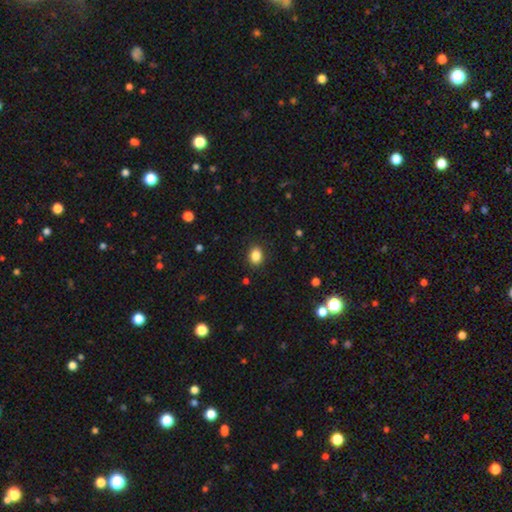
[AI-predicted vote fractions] smooth 86%, star or artifact 10%, featured or disk 4%. Down the decision tree: how rounded — in between (51%); merging — none (89%).